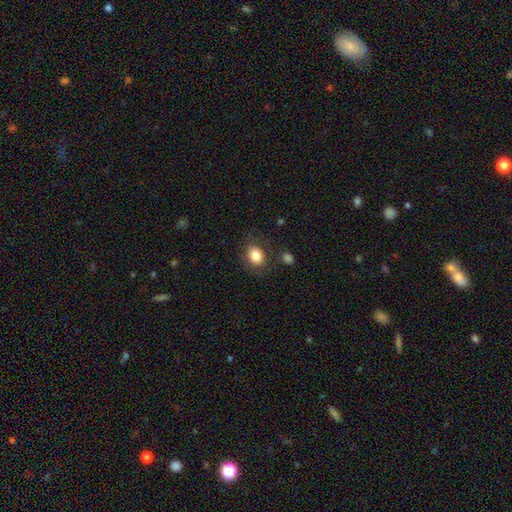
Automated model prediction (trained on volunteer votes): smooth-or-featured: smooth: 83% | star or artifact: 9% | featured or disk: 8%
  how-rounded: in between: 53% | round: 46% | cigar-shaped: 1%
  merging: none: 80% | minor disturbance: 12% | major disturbance: 4% | merger: 3%